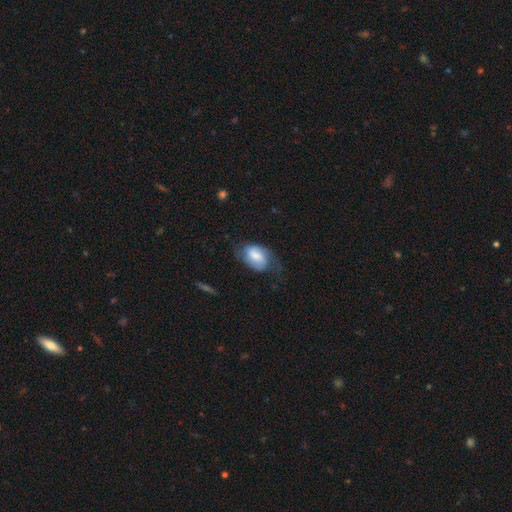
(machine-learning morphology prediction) smooth_or_featured: smooth (p=0.58) [alt: featured or disk p=0.34]
how_rounded: in between (p=0.86) [alt: round p=0.12]
merging: none (p=0.46) [alt: minor disturbance p=0.31]